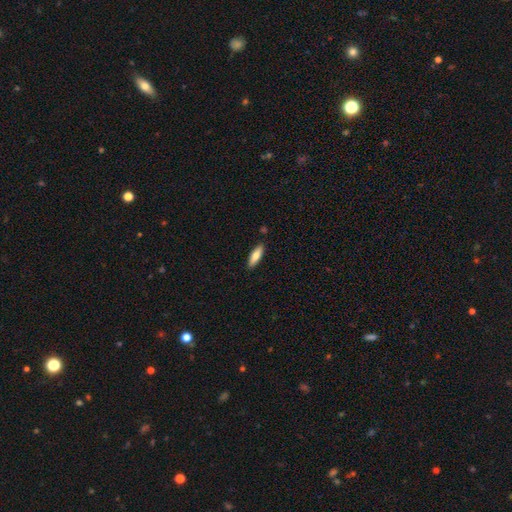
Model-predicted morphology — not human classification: The model was most divided on "how rounded": in between: 50%, cigar-shaped: 49%, round: 2%. More confident: merging — none (88%); smooth or featured — smooth (77%).